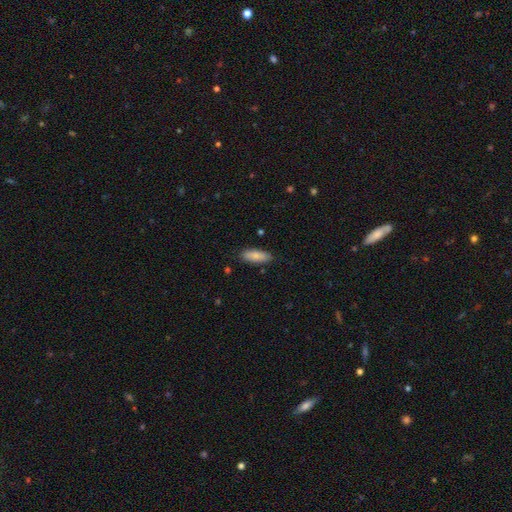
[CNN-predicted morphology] Smooth or featured? Predicted: smooth (p=0.82). How rounded? Predicted: in between (p=0.72). Merging? Predicted: none (p=0.86).